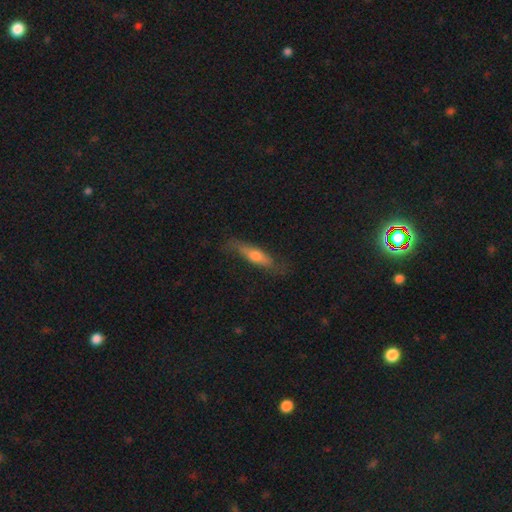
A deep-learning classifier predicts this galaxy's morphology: type=smooth (53%); roundness=cigar-shaped (72%); merging=none (69%).